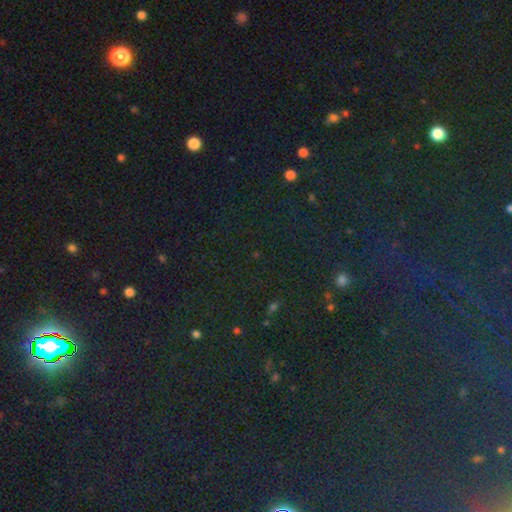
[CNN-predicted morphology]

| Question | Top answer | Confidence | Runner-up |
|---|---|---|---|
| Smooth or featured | star or artifact | 81% | smooth (12%) |